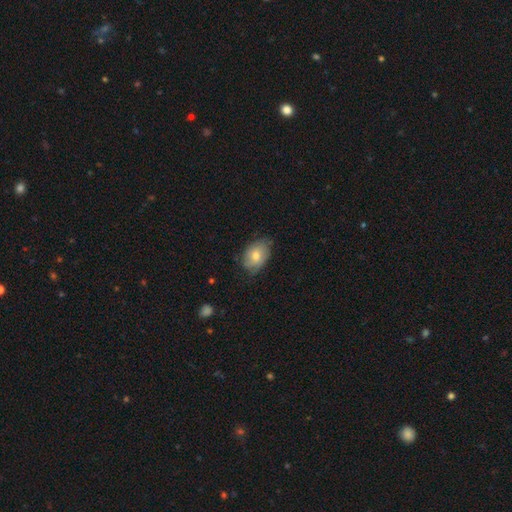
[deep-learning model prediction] Overall: smooth (66%). How rounded: in between (79%). Merging: none (68%).